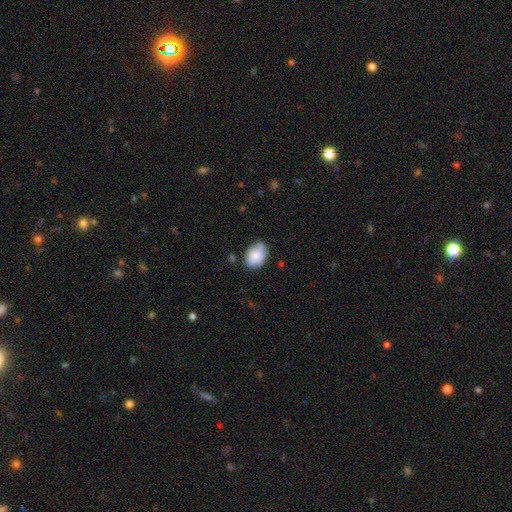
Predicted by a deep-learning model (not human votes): Smooth or featured? Predicted: smooth (p=0.84). How rounded? Predicted: in between (p=0.77). Merging? Predicted: none (p=0.67).